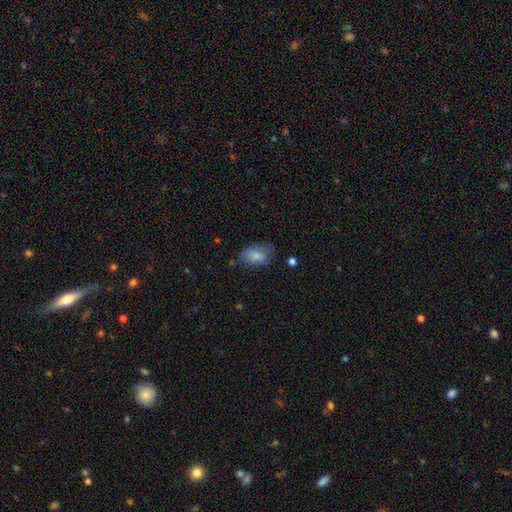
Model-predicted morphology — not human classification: smooth_or_featured: smooth (p=0.78) [alt: featured or disk p=0.14]
how_rounded: in between (p=0.89) [alt: round p=0.08]
merging: none (p=0.61) [alt: minor disturbance p=0.28]